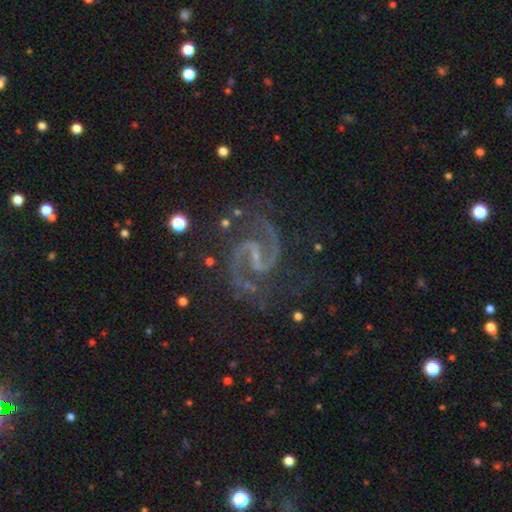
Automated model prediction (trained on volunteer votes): Overall: featured or disk (93%). Edge-on disk: no (98%). Bar: weak (48%; strong 32%). Spiral arms: yes (99%). Spiral arm count: 2 (95%). Spiral winding: medium (68%). Bulge size: small (68%). Merging: none (73%).